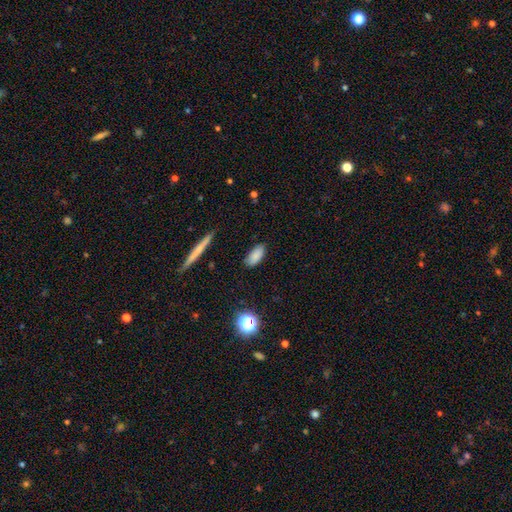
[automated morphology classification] type=smooth (84%); roundness=in between (88%); merging=none (85%).